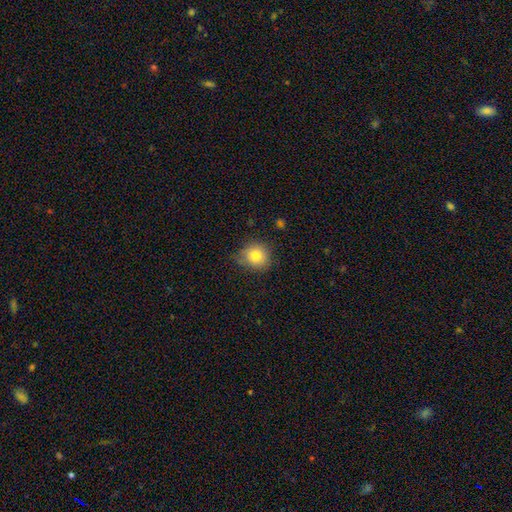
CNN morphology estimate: Q: Smooth or featured?
A: smooth (80%); runner-up: star or artifact (10%)
Q: How rounded?
A: round (86%); runner-up: in between (13%)
Q: Merging?
A: none (72%); runner-up: minor disturbance (22%)